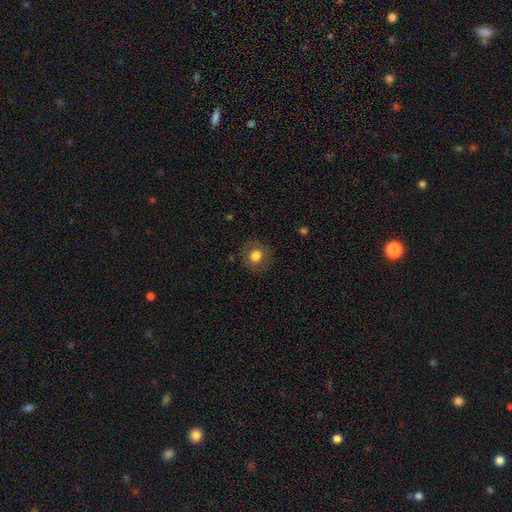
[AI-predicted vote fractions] smooth 78%, featured or disk 12%, star or artifact 10%. Down the decision tree: how rounded — round (87%); merging — none (86%).